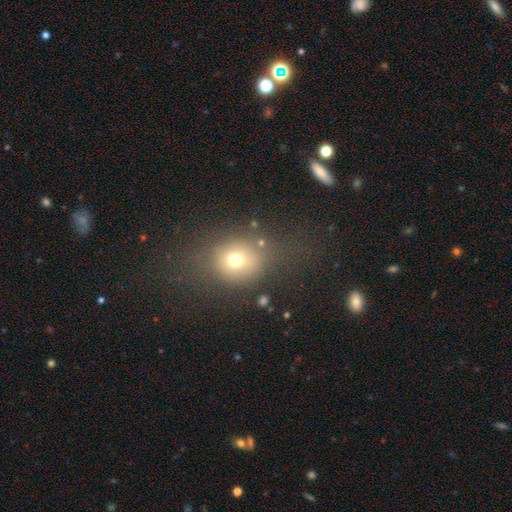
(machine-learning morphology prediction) A smooth galaxy with no disk features (61%) that is round (57%).

Vote fractions:
- Smooth or featured? smooth: 61% / star or artifact: 22% / featured or disk: 17%
- How rounded? round: 57% / in between: 41% / cigar-shaped: 2%
- Merging? none: 63% / minor disturbance: 17% / major disturbance: 14% / merger: 6%